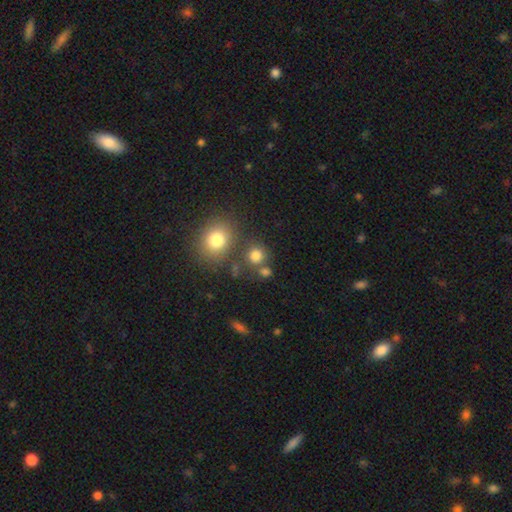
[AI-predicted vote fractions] This appears to be a smooth galaxy with no disk features (79%) that is round (87%). Merging: none (71%).